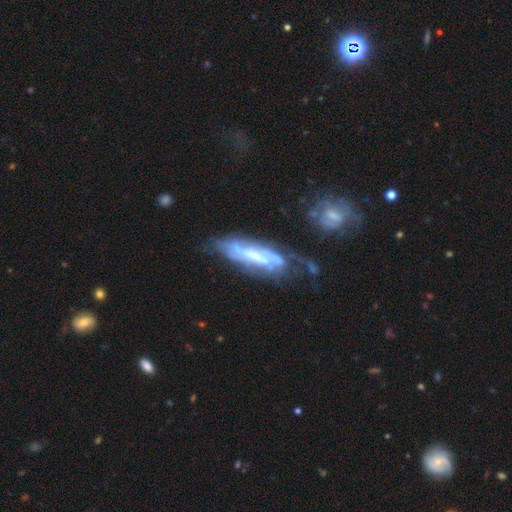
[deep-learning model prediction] A featured or disk galaxy (73%) with a strong bar (34%, tied with no), spiral arms (73%) and a moderate central bulge (35%).

Vote fractions:
- Smooth or featured? featured or disk: 73% / smooth: 20% / star or artifact: 8%
- Edge-on disk? no: 71% / yes: 29%
- Bar? strong: 34% (tied) / no: 34% (tied) / weak: 32%
- Spiral arms? yes: 73% / no: 27%
- Bulge size? moderate: 35% / small: 31% / none: 22% / large: 10% / dominant: 2%
- Merging? none: 44% / minor disturbance: 24% / major disturbance: 19% / merger: 13%